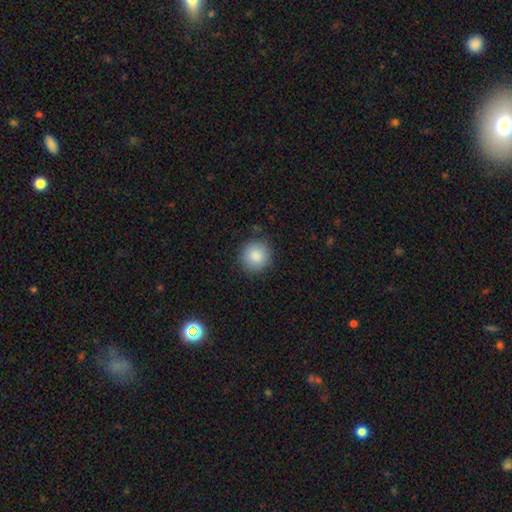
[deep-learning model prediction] Morphology: type=smooth (88%); roundness=round (94%); merging=none (89%).